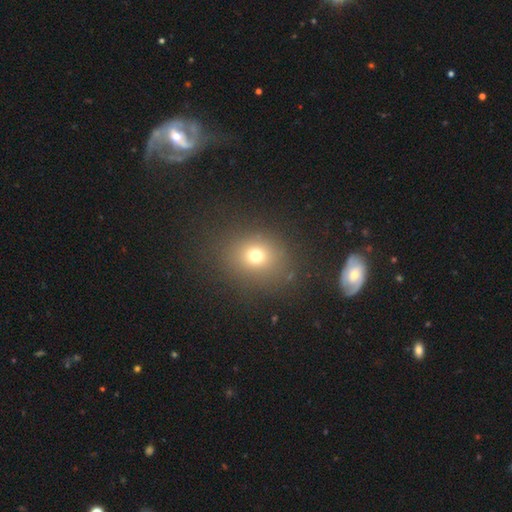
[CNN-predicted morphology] smooth-or-featured: smooth: 71% | star or artifact: 20% | featured or disk: 9%
  how-rounded: round: 71% | in between: 28% | cigar-shaped: 1%
  merging: none: 84% | minor disturbance: 9% | major disturbance: 6% | merger: 2%